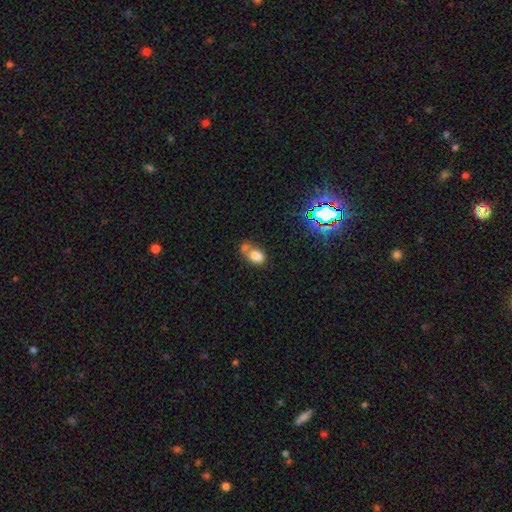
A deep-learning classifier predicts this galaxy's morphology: smooth 78%, star or artifact 13%, featured or disk 9%. Down the decision tree: how rounded — in between (77%); merging — merger (46%).